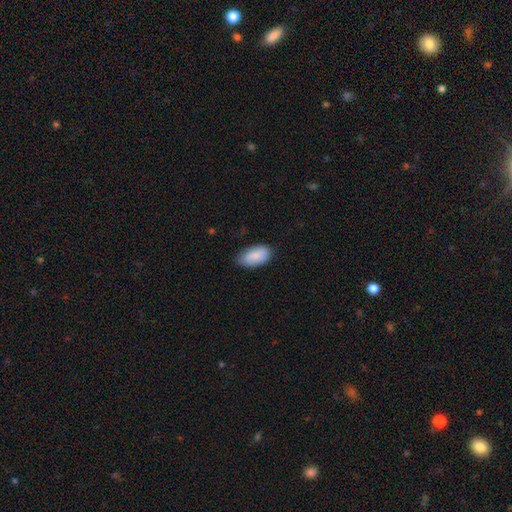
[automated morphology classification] This is clearly a smooth galaxy (88%). How rounded: clearly in between (94%). Merging: likely none (74%).